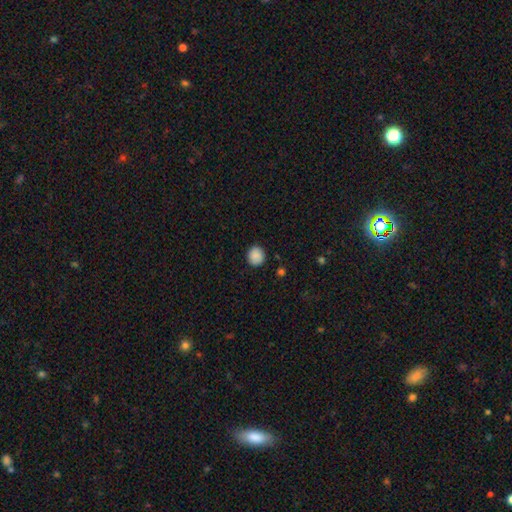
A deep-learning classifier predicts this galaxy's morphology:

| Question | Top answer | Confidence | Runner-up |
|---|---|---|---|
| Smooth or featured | smooth | 88% | star or artifact (8%) |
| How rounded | round | 86% | in between (13%) |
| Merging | none | 87% | minor disturbance (10%) |